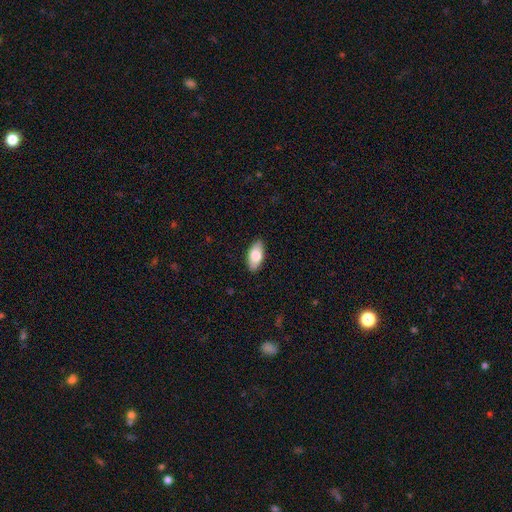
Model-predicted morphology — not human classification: smooth_or_featured: smooth (p=0.81) [alt: featured or disk p=0.13]
how_rounded: in between (p=0.92) [alt: cigar-shaped p=0.05]
merging: none (p=0.87) [alt: minor disturbance p=0.10]